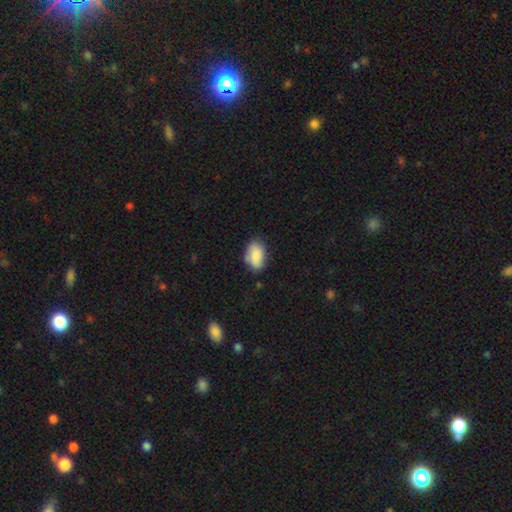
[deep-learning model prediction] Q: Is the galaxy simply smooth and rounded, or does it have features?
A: smooth — 85%.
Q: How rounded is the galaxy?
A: in between — 90%.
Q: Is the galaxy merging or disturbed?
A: none — 65%.